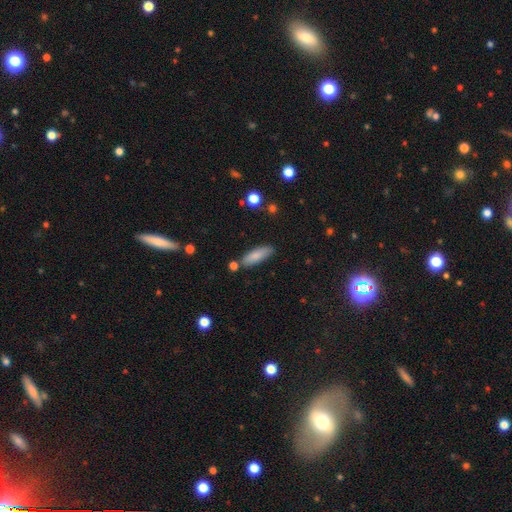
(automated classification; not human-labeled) This is clearly a smooth galaxy (83%). How rounded: possibly in between (50%). Merging: likely none (79%).